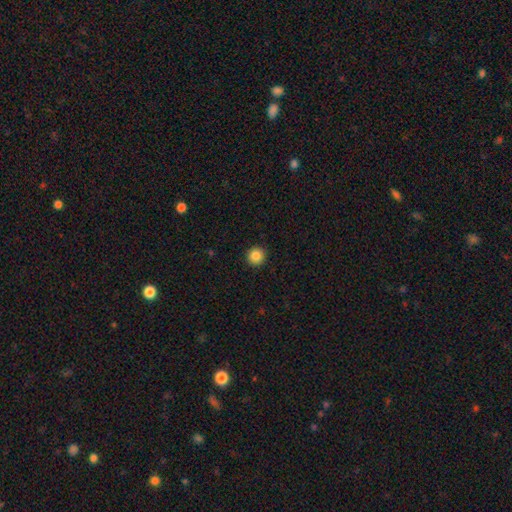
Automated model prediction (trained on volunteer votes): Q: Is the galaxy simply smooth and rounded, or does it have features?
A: smooth — 86%.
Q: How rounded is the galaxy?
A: round — 95%.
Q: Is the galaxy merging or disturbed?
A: none — 93%.